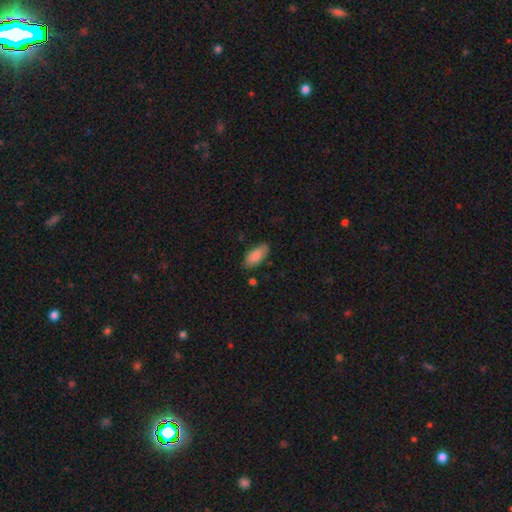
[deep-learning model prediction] Smooth or featured: smooth — 87% (featured or disk — 7%)
How rounded: in between — 91% (cigar-shaped — 8%)
Merging: none — 81% (minor disturbance — 15%)